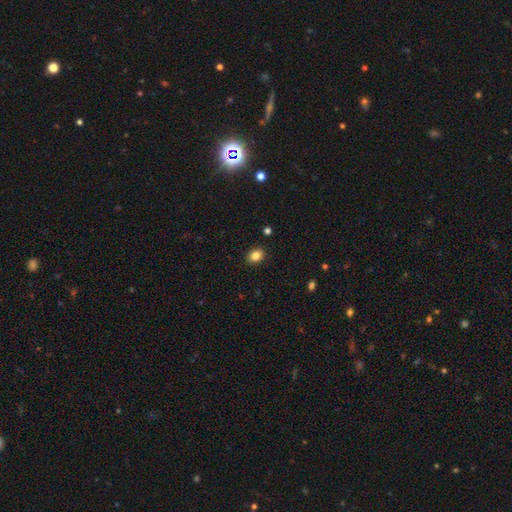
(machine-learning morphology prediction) Smooth or featured? Predicted: smooth (p=0.86). How rounded? Predicted: in between (p=0.68). Merging? Predicted: none (p=0.90).